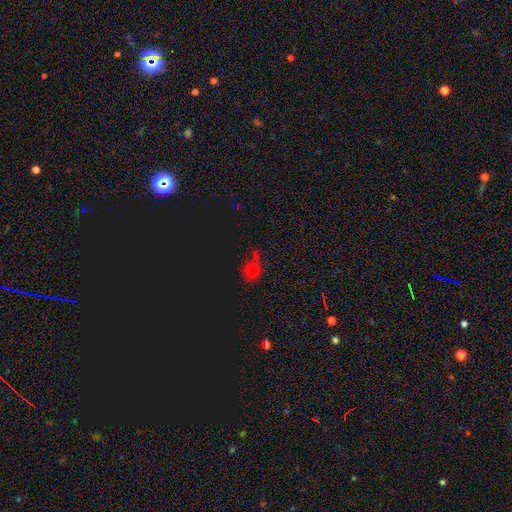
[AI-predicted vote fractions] Overall: smooth (51%; star or artifact 41%). How rounded: round (81%). Merging: none (61%).